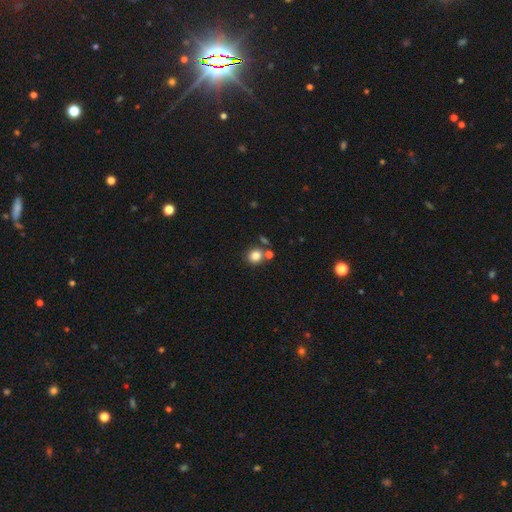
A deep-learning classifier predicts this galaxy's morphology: smooth_or_featured: smooth (p=0.82) [alt: star or artifact p=0.12]
how_rounded: round (p=0.85) [alt: in between p=0.14]
merging: none (p=0.71) [alt: merger p=0.17]